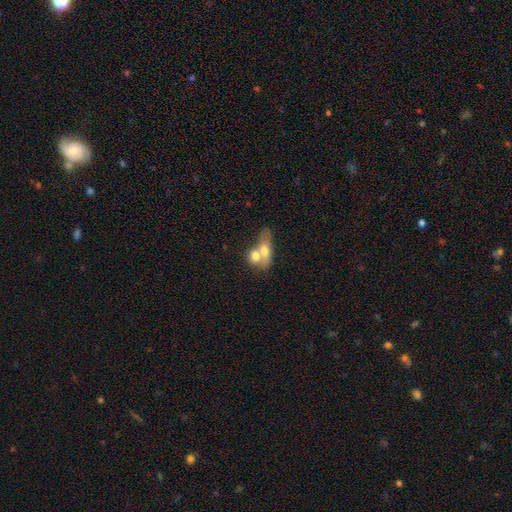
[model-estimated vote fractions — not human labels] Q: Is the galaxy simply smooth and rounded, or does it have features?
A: smooth — 64%.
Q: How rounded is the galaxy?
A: in between — 64%.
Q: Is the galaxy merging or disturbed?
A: merger — 72%.